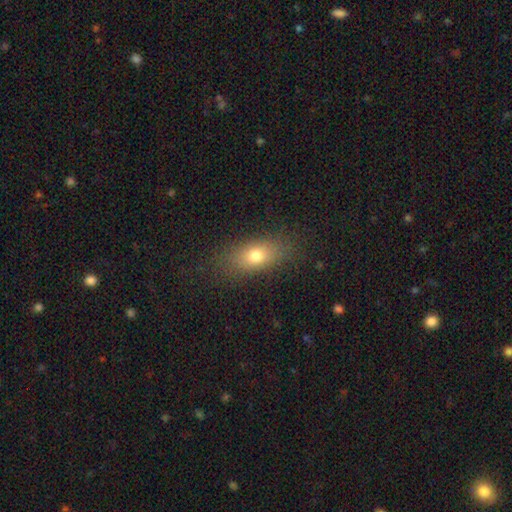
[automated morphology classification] This appears to be a smooth galaxy with no disk features (74%) that is in between round and cigar-shaped (77%). Merging: none (83%).